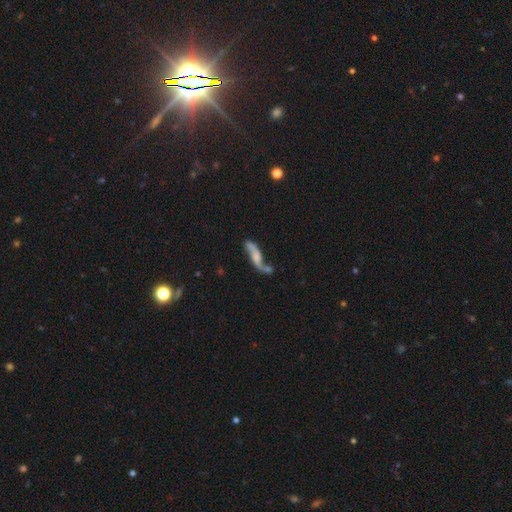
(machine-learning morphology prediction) smooth-or-featured: featured or disk: 60% | smooth: 32% | star or artifact: 8%
  disk-edge-on: no: 75% | yes: 25%
  merging: none: 39% | merger: 29% | minor disturbance: 18% | major disturbance: 13%